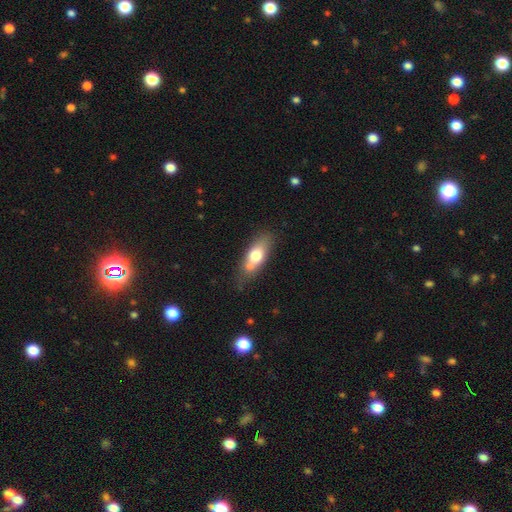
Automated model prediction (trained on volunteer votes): This appears to be a smooth galaxy with no disk features (64%) that is in between round and cigar-shaped (71%). Merging: none (57%).